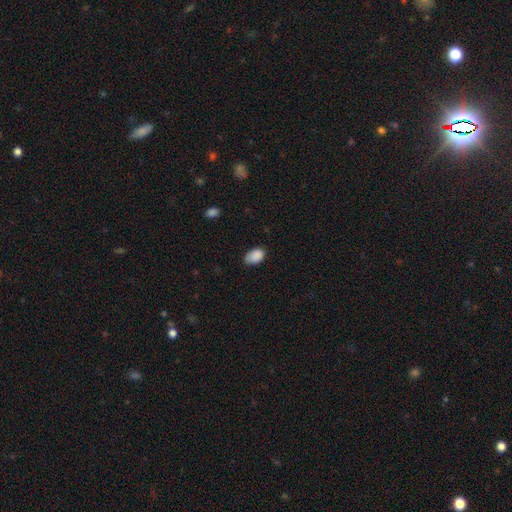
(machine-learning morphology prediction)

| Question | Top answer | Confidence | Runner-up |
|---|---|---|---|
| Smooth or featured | smooth | 88% | star or artifact (8%) |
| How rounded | in between | 88% | round (11%) |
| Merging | none | 64% | minor disturbance (29%) |